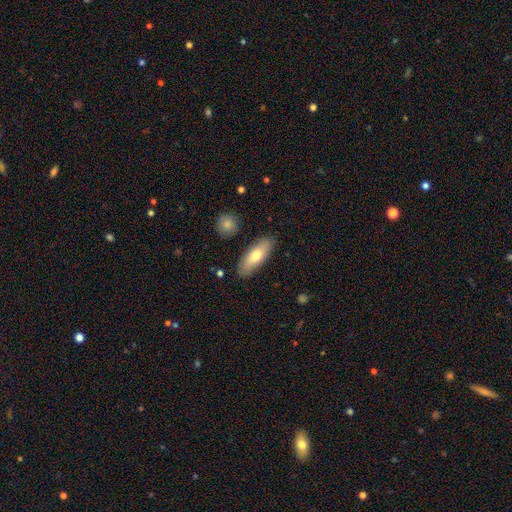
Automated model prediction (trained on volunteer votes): Morphology: type=smooth (71%); roundness=in between (66%); merging=none (87%).